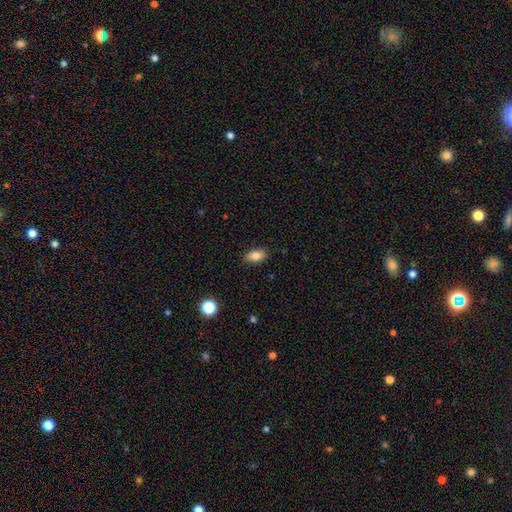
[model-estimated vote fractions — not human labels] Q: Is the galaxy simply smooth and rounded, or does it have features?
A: smooth — 84%.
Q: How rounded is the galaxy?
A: in between — 90%.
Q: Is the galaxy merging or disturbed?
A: none — 85%.